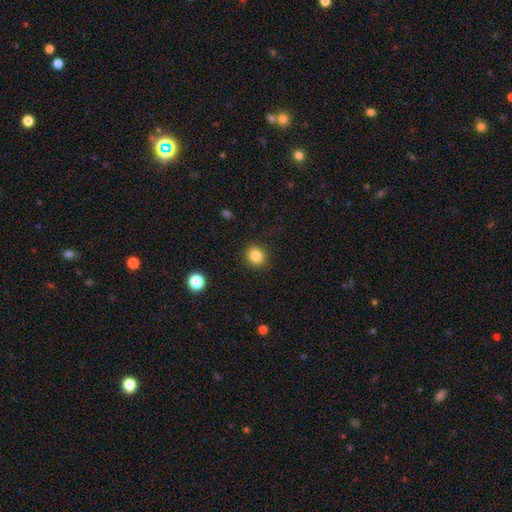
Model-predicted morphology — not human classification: Q: Smooth or featured?
A: smooth (84%); runner-up: star or artifact (10%)
Q: How rounded?
A: round (72%); runner-up: in between (27%)
Q: Merging?
A: none (87%); runner-up: minor disturbance (10%)